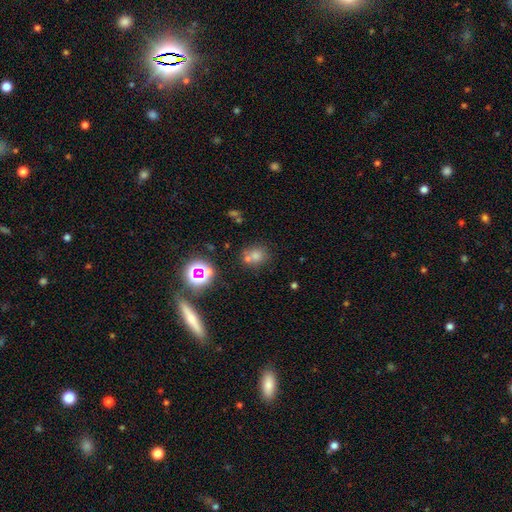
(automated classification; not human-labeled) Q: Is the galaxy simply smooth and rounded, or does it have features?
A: smooth — 66%.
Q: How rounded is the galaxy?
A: round — 76%.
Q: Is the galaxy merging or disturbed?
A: none — 56%.